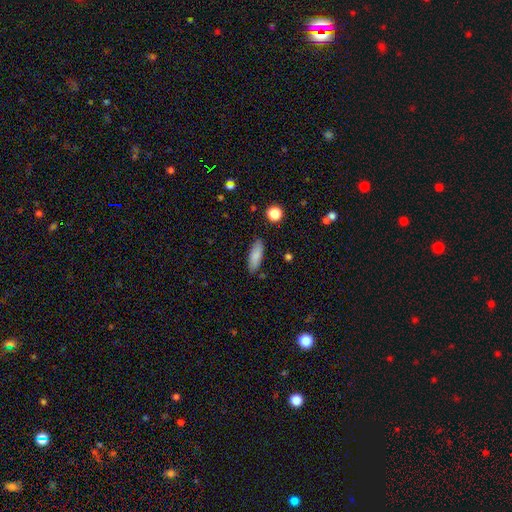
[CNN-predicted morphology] This appears to be a smooth galaxy with no disk features (85%) that is in between round and cigar-shaped (60%). Merging: none (85%).